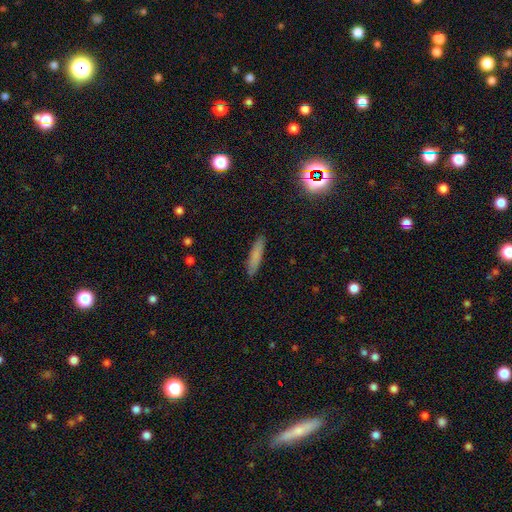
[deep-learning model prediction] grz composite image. It shows a smooth galaxy with no disk features (77%) that is cigar-shaped (86%). Merging: none (88%).